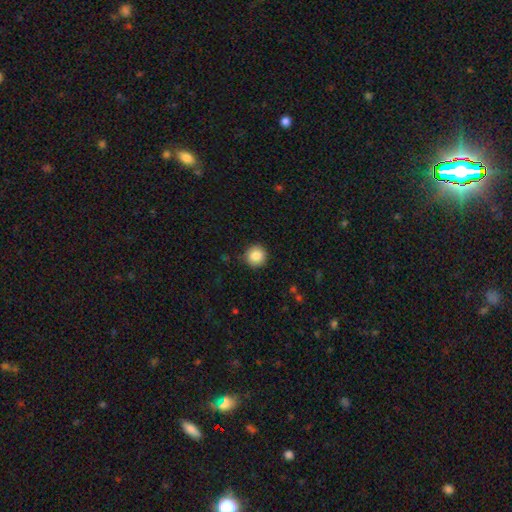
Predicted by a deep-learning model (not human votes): Q: Smooth or featured?
A: smooth (86%); runner-up: star or artifact (9%)
Q: How rounded?
A: round (95%); runner-up: in between (4%)
Q: Merging?
A: none (90%); runner-up: minor disturbance (7%)